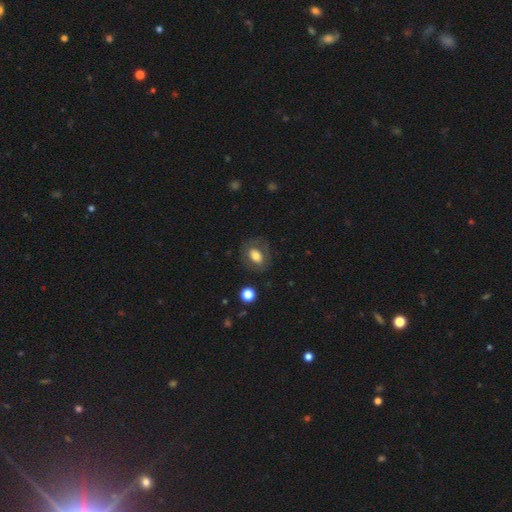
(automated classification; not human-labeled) Overall: smooth (67%). How rounded: in between (76%). Merging: none (74%).